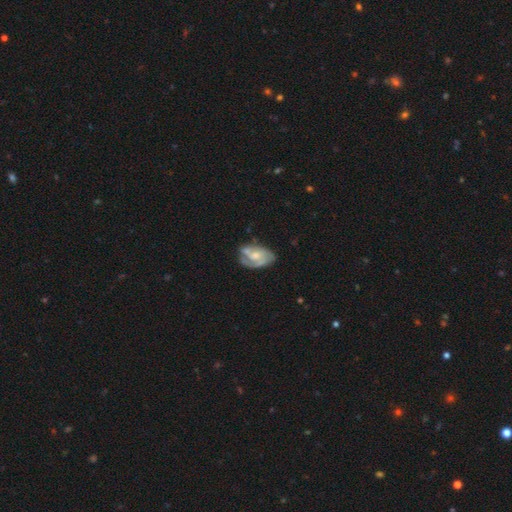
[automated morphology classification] Smooth or featured? featured or disk (60%)
Edge-on disk? no (96%)
Bar? no (71%)
Spiral arms? yes (65%)
Bulge size? moderate (47%)
Merging? none (46%)